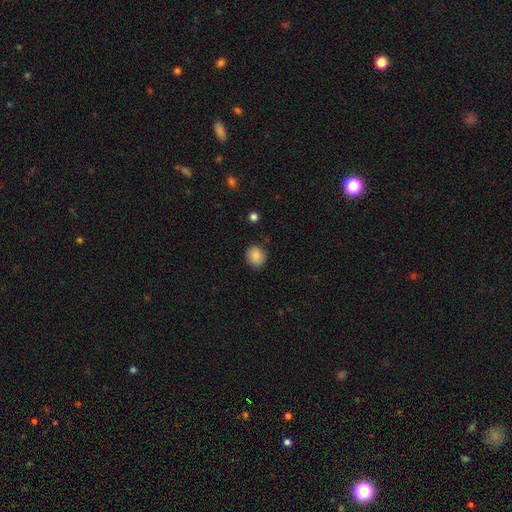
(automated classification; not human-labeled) smooth-or-featured: smooth: 87% | star or artifact: 9% | featured or disk: 5%
  how-rounded: round: 83% | in between: 16% | cigar-shaped: 1%
  merging: none: 86% | minor disturbance: 10% | major disturbance: 3% | merger: 1%